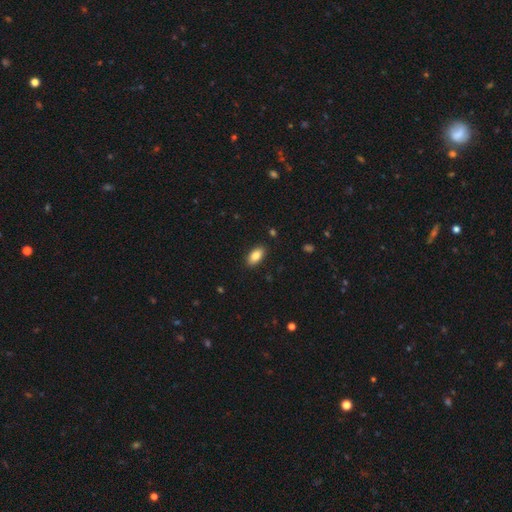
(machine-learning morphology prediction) This appears to be a smooth galaxy with no disk features (84%) that is in between round and cigar-shaped (91%). Merging: none (88%).